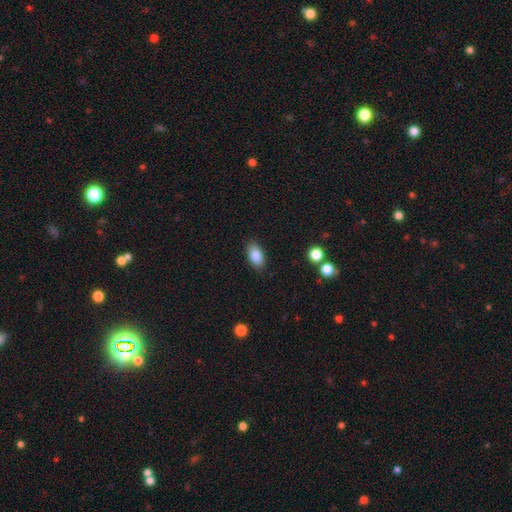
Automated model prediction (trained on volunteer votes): Smooth or featured?
  - smooth: 85% *
  - star or artifact: 8%
  - featured or disk: 7%
How rounded?
  - in between: 91% *
  - round: 5%
  - cigar-shaped: 4%
Merging?
  - none: 87% *
  - minor disturbance: 9%
  - major disturbance: 2%
  - merger: 1%